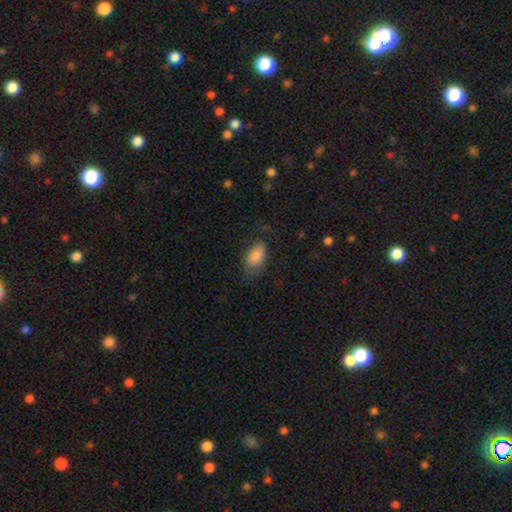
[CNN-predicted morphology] A smooth galaxy with no disk features (85%) that is in between round and cigar-shaped (92%). Merging: none (65%).